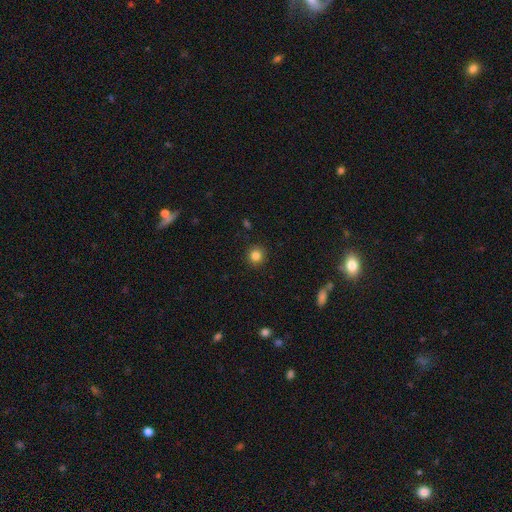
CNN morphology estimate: Smooth or featured? Predicted: smooth (p=0.84). How rounded? Predicted: round (p=0.93). Merging? Predicted: none (p=0.92).